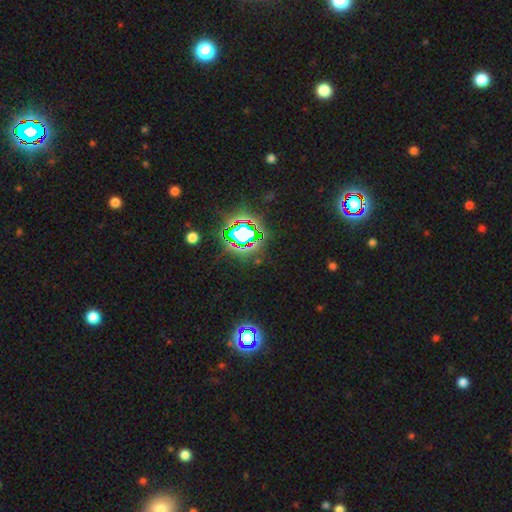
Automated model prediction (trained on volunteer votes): star or artifact 81%, smooth 11%, featured or disk 7%.